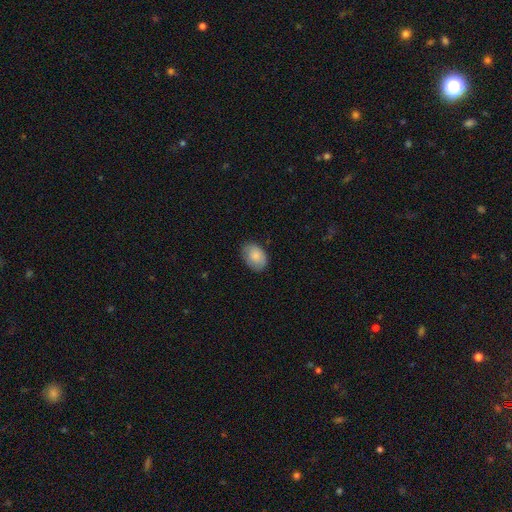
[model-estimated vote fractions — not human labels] The model was most divided on "merging": none: 78%, minor disturbance: 18%, major disturbance: 3%, merger: 1%. More confident: smooth or featured — smooth (86%); how rounded — in between (81%).